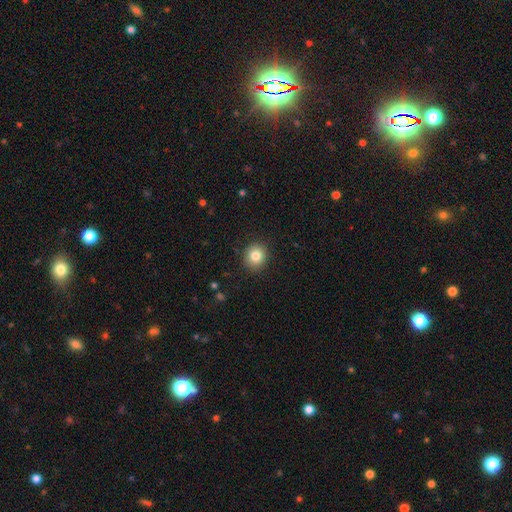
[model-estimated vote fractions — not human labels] A smooth galaxy with no disk features (83%) that is round (83%). Merging: none (90%).